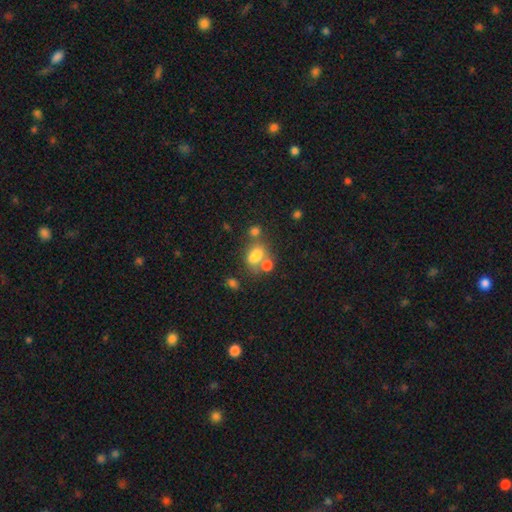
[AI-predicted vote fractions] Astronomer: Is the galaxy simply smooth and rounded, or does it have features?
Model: smooth — 70%.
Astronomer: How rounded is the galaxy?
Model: in between — 73%.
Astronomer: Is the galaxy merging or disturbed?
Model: merger — 41% (runner-up: none, 36%).